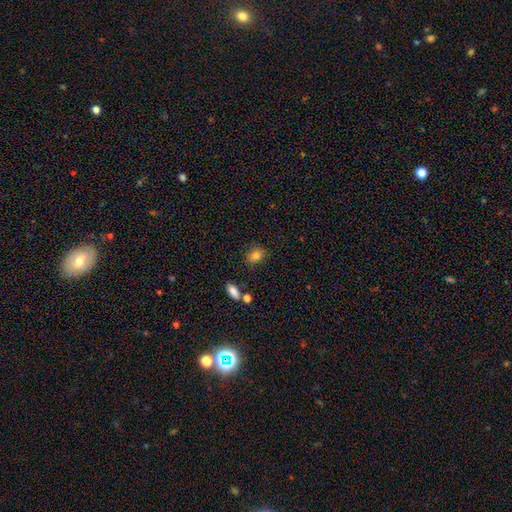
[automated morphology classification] Smooth or featured? Predicted: smooth (p=0.81). How rounded? Predicted: in between (p=0.53). Merging? Predicted: none (p=0.80).